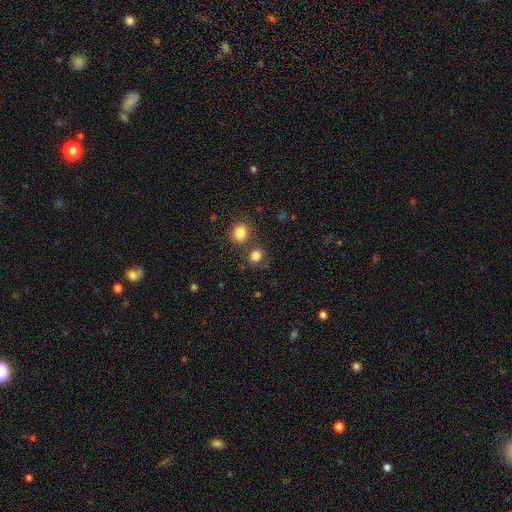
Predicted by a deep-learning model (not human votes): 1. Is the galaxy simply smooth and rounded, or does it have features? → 83% smooth, 12% star or artifact, 5% featured or disk.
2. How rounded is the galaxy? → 79% round, 20% in between, 1% cigar-shaped.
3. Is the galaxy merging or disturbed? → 70% none, 18% merger, 8% minor disturbance, 3% major disturbance.